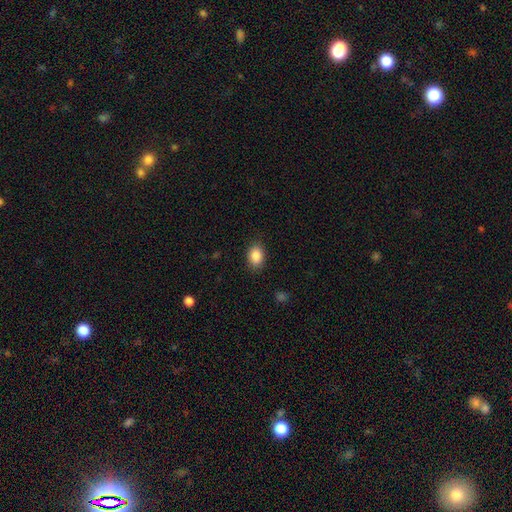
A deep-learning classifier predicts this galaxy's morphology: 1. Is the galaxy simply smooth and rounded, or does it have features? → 88% smooth, 8% star or artifact, 3% featured or disk.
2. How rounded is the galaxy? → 75% in between, 24% round, 1% cigar-shaped.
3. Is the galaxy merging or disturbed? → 86% none, 10% minor disturbance, 3% major disturbance, 1% merger.